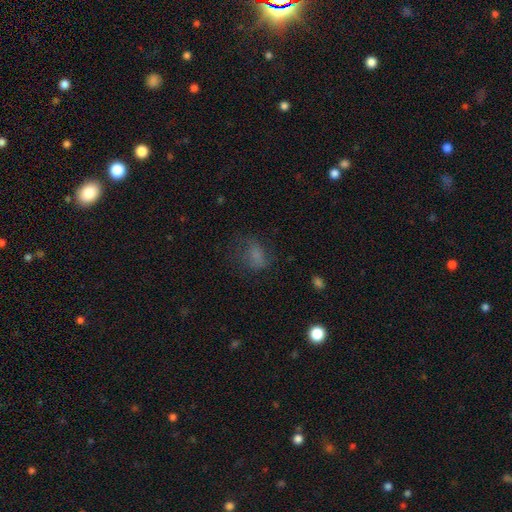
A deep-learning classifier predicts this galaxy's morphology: Smooth or featured? smooth (63%)
How rounded? in between (65%)
Merging? none (50%)